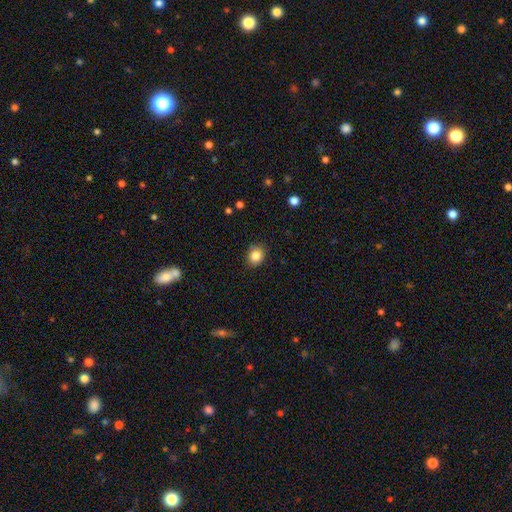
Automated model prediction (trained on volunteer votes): This is clearly a smooth galaxy (84%). How rounded: likely round (67%). Merging: clearly none (86%).